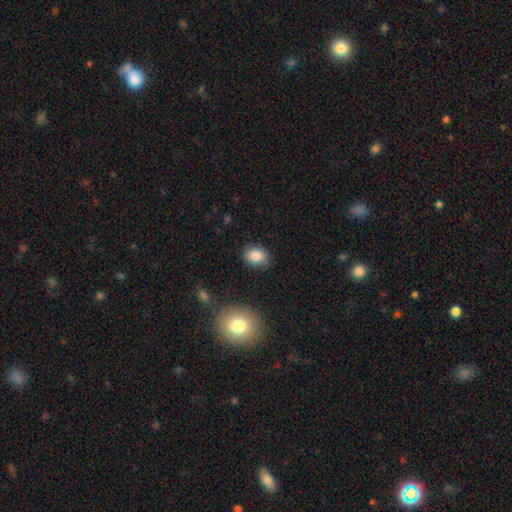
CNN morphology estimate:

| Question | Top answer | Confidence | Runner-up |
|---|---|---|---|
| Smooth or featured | smooth | 85% | star or artifact (9%) |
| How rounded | in between | 56% | round (43%) |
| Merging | none | 86% | minor disturbance (10%) |